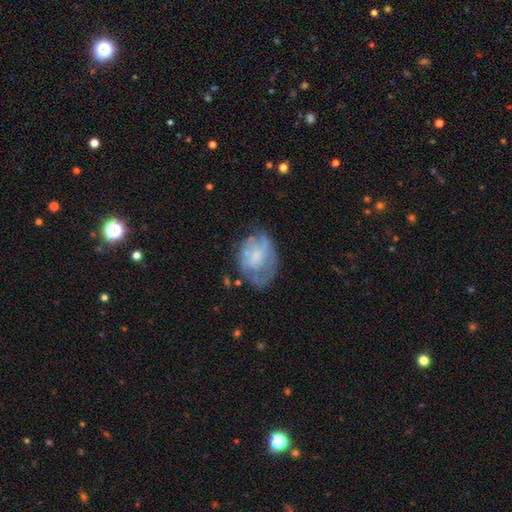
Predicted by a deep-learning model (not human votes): This appears to be a featured or disk galaxy (51%). Merging: none (47%).